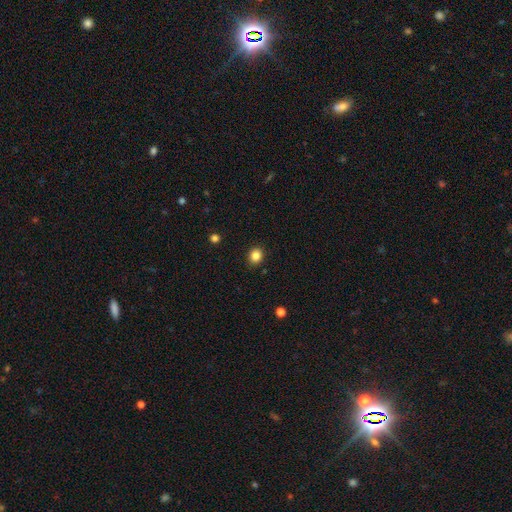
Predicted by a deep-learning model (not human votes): smooth 84%, star or artifact 11%, featured or disk 5%. Down the decision tree: how rounded — round (68%); merging — none (91%).